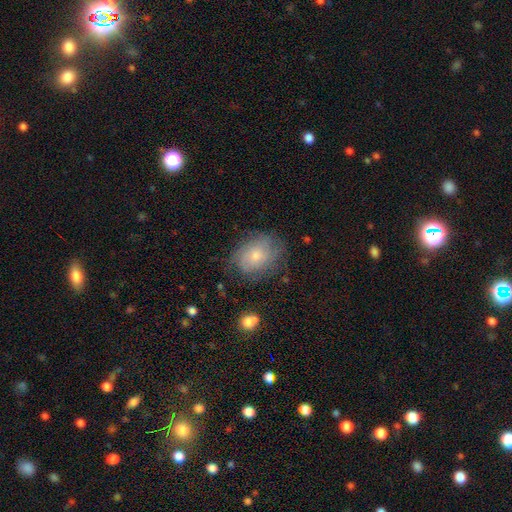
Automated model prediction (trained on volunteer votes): This appears to be a smooth galaxy with no disk features (50%). Merging: none (68%).